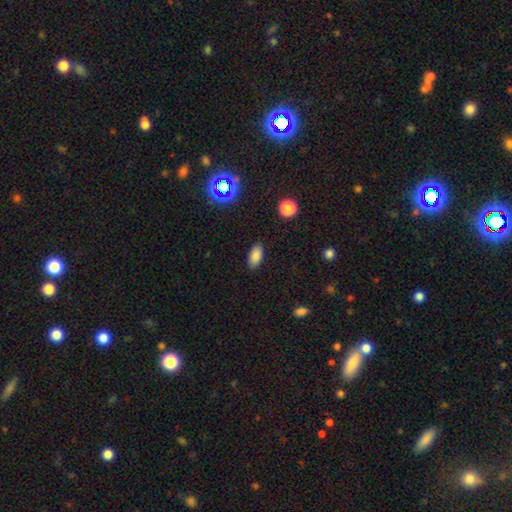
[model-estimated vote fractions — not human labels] The model was most divided on "smooth or featured": smooth: 83%, star or artifact: 11%, featured or disk: 6%. More confident: how rounded — in between (91%); merging — none (88%).